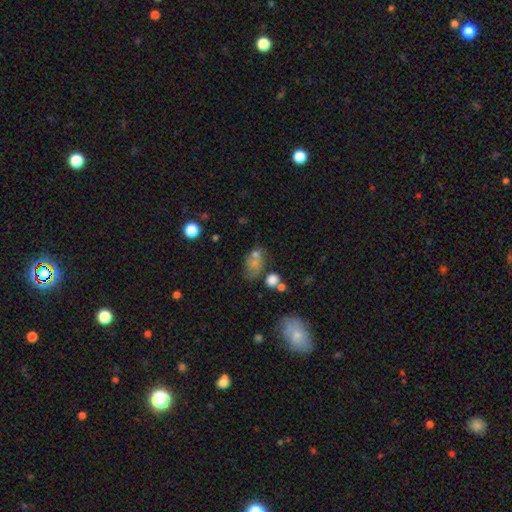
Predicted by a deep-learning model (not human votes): smooth_or_featured: smooth (p=0.54) [alt: featured or disk p=0.24]
how_rounded: in between (p=0.65) [alt: round p=0.32]
merging: none (p=0.43) [alt: merger p=0.24]